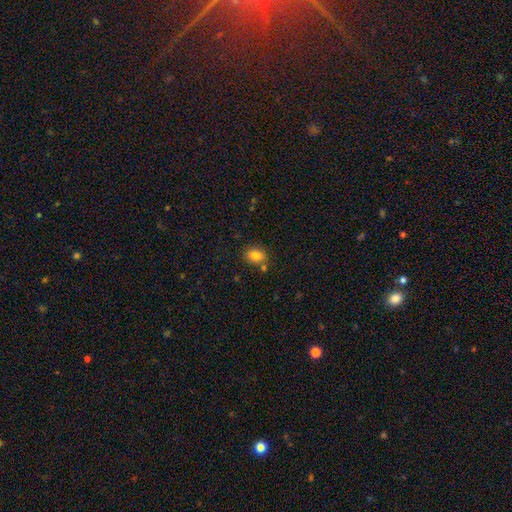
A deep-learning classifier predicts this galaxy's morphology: smooth 80%, star or artifact 10%, featured or disk 9%. Down the decision tree: how rounded — in between (67%); merging — none (75%).